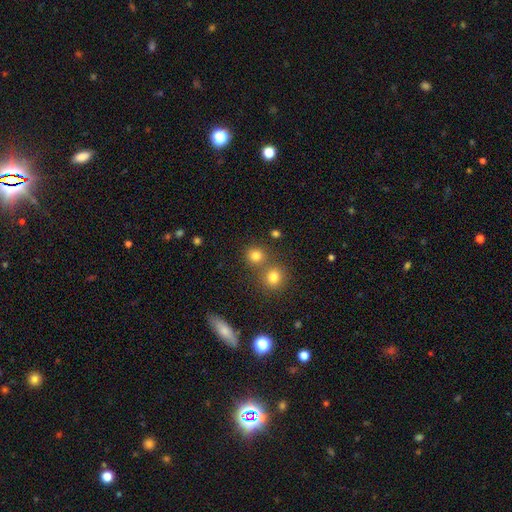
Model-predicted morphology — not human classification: A smooth galaxy with no disk features (79%) that is round (86%).

Vote fractions:
- Smooth or featured? smooth: 79% / star or artifact: 15% / featured or disk: 7%
- How rounded? round: 86% / in between: 13% / cigar-shaped: 1%
- Merging? none: 64% / merger: 26% / minor disturbance: 7% / major disturbance: 3%